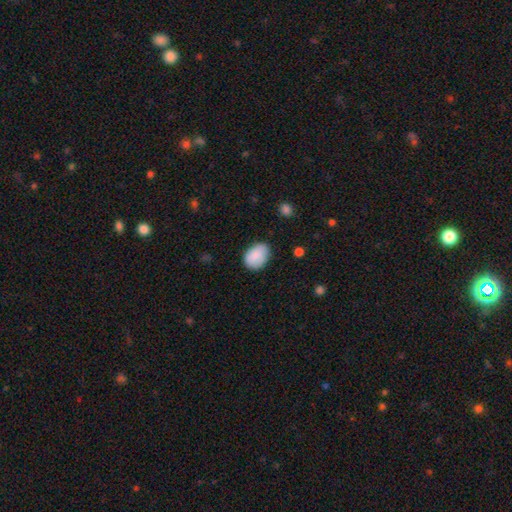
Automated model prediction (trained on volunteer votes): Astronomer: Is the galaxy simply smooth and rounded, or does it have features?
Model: smooth — 86%.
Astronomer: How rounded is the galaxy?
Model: in between — 78%.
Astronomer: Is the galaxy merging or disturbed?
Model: none — 75%.